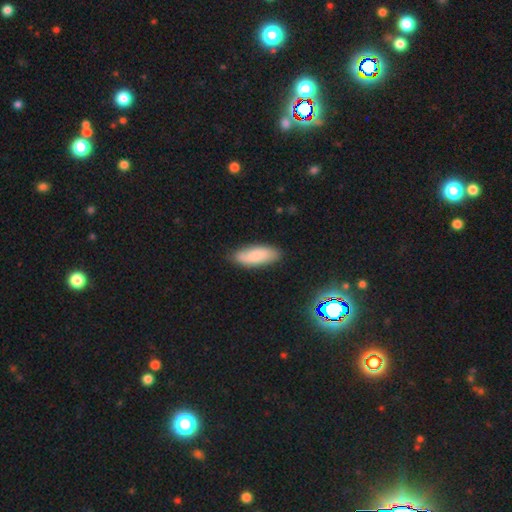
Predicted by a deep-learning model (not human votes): This appears to be a smooth galaxy with no disk features (77%) that is in between round and cigar-shaped (74%). Merging: none (82%).